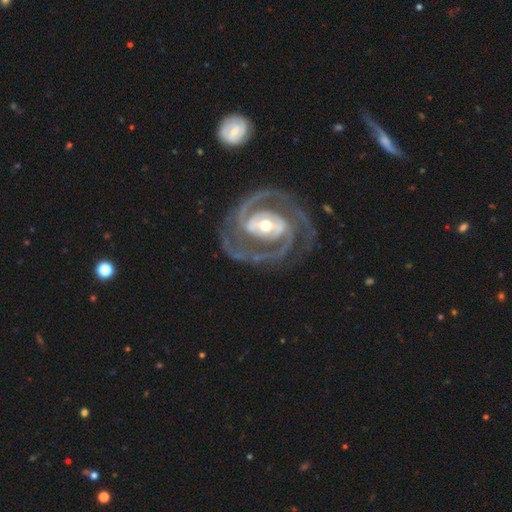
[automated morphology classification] This is clearly a featured or disk galaxy (92%). It is clearly not viewed edge-on (97%). Bar: possibly strong (52%). Spiral arm pattern: clearly yes (98%). Spiral arm count: clearly 2 (86%). Spiral winding: possibly tight (60%). Central bulge: possibly moderate (50%). Merging: likely none (78%).